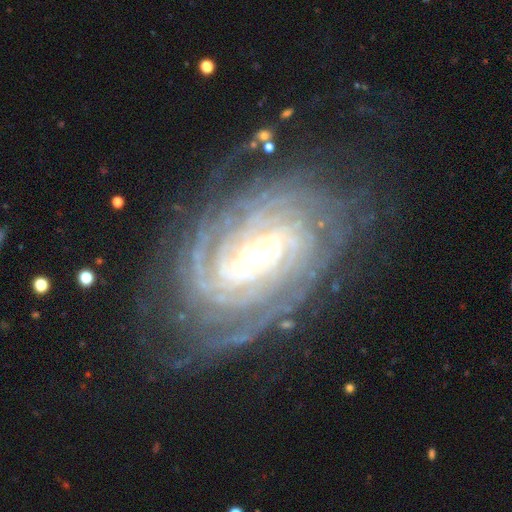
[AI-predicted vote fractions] Smooth or featured? featured or disk (91%)
Edge-on disk? no (96%)
Bar? weak (40%)
Spiral arms? yes (98%)
Spiral winding? tight (84%)
Spiral arm count? more than 4 (25%)
Bulge size? small (54%)
Merging? none (76%)